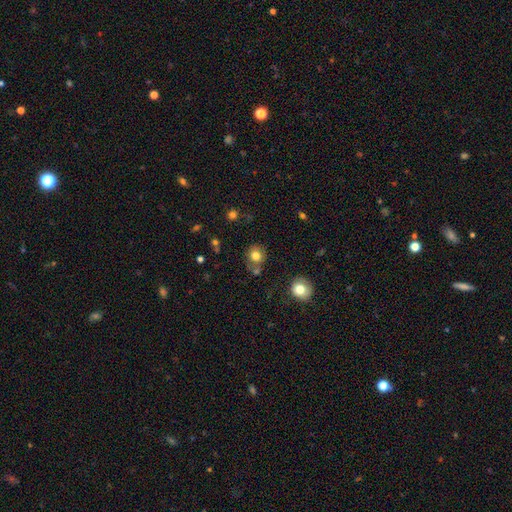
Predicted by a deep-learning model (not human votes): Morphology: type=smooth (79%); roundness=round (77%); merging=none (70%).